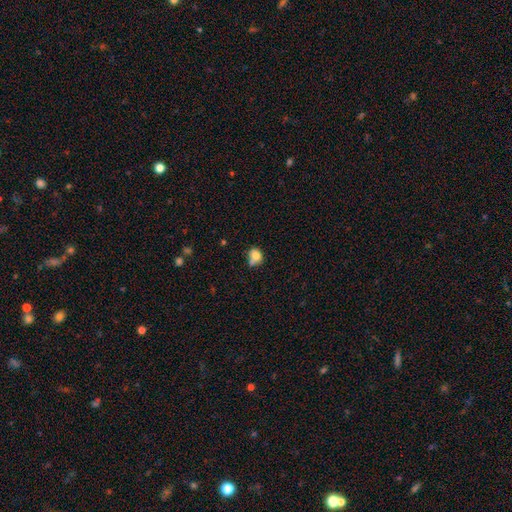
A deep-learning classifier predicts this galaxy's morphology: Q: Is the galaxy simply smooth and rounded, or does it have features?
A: smooth — 76%.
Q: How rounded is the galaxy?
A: round — 59%.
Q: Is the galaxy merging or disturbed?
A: none — 46%.